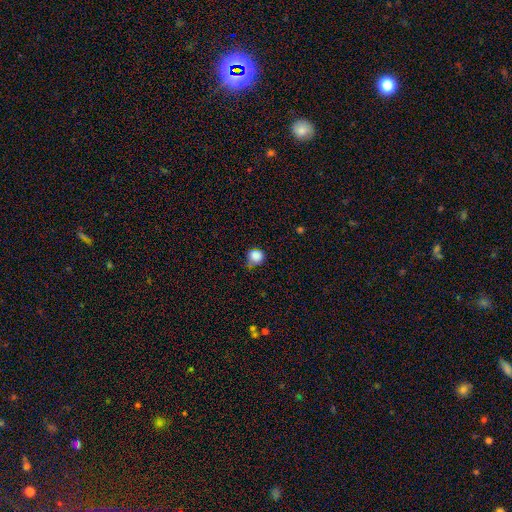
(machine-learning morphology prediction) A smooth galaxy with no disk features (86%) that is round (88%).

Vote fractions:
- Smooth or featured? smooth: 86% / star or artifact: 10% / featured or disk: 4%
- How rounded? round: 88% / in between: 11% / cigar-shaped: 1%
- Merging? none: 57% / minor disturbance: 32% / major disturbance: 7% / merger: 3%